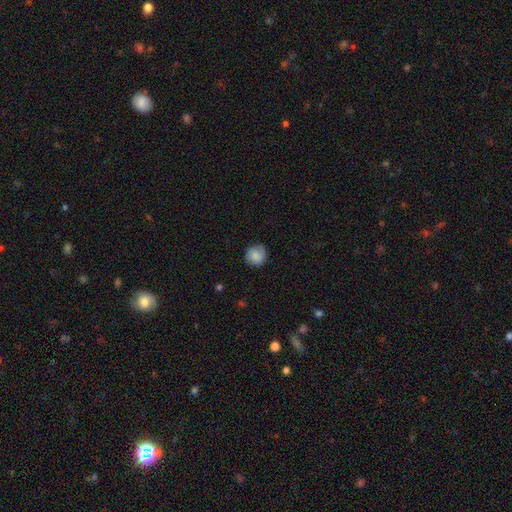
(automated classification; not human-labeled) smooth_or_featured: smooth (p=0.82) [alt: featured or disk p=0.10]
how_rounded: round (p=0.91) [alt: in between p=0.08]
merging: none (p=0.79) [alt: minor disturbance p=0.16]